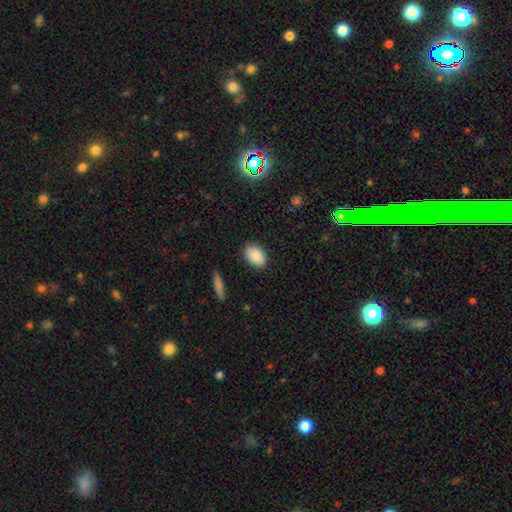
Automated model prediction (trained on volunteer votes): smooth-or-featured: smooth: 88% | star or artifact: 7% | featured or disk: 5%
  how-rounded: in between: 88% | round: 11% | cigar-shaped: 1%
  merging: none: 88% | minor disturbance: 8% | major disturbance: 2% | merger: 1%